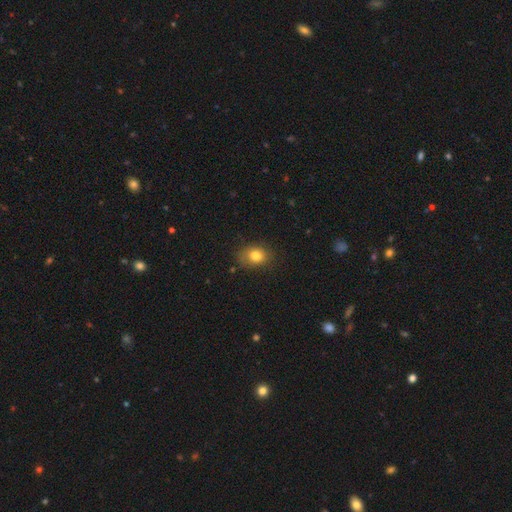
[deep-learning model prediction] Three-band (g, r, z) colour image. It shows a smooth galaxy with no disk features (80%) that is in between round and cigar-shaped (58%). Merging: none (76%).